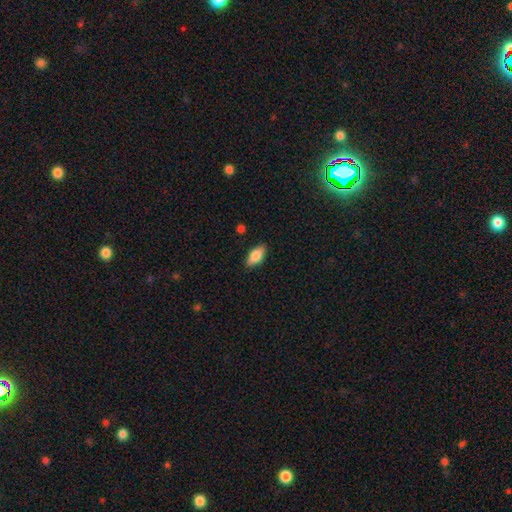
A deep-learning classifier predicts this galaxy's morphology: smooth_or_featured: smooth (p=0.83) [alt: featured or disk p=0.10]
how_rounded: in between (p=0.89) [alt: cigar-shaped p=0.08]
merging: none (p=0.87) [alt: minor disturbance p=0.10]